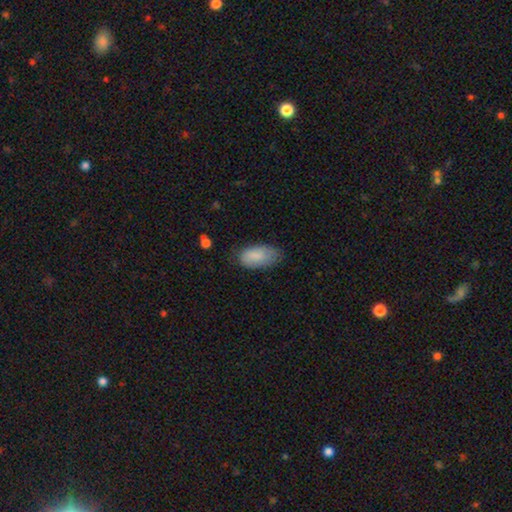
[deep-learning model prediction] A smooth galaxy with no disk features (84%) that is in between round and cigar-shaped (93%).

Vote fractions:
- Smooth or featured? smooth: 84% / featured or disk: 10% / star or artifact: 6%
- How rounded? in between: 93% / cigar-shaped: 4% / round: 3%
- Merging? none: 66% / minor disturbance: 27% / major disturbance: 6% / merger: 1%